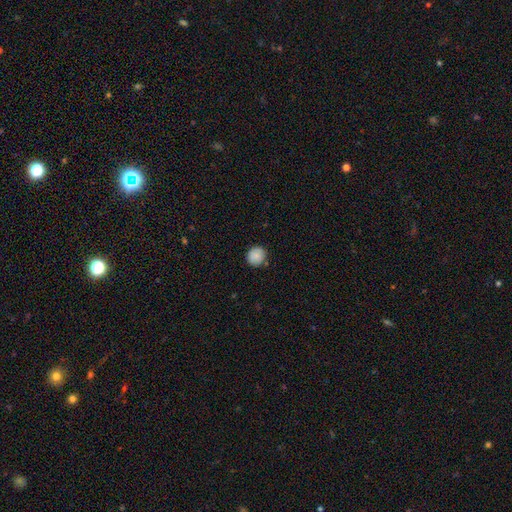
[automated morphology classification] This is clearly a smooth galaxy (85%). How rounded: clearly round (85%). Merging: clearly none (82%).